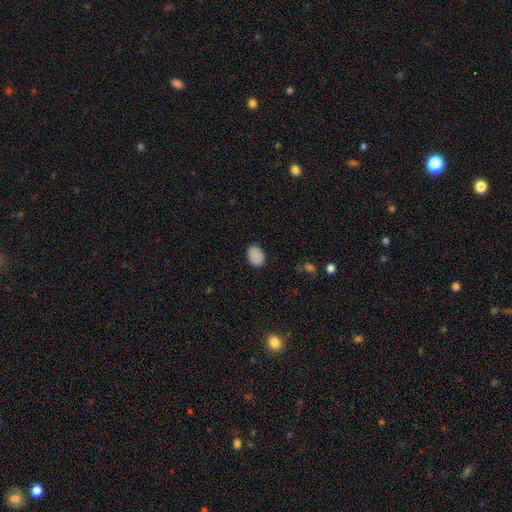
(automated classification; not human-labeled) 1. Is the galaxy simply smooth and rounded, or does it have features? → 89% smooth, 8% star or artifact, 3% featured or disk.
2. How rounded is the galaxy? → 81% in between, 18% round, 1% cigar-shaped.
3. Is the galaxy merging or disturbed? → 86% none, 10% minor disturbance, 2% major disturbance, 1% merger.